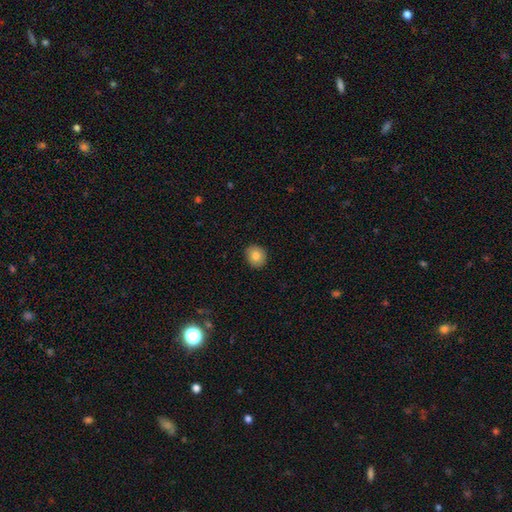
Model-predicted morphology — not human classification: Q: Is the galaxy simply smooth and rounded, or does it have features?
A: smooth — 81%.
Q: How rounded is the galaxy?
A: round — 76%.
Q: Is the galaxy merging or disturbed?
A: none — 90%.